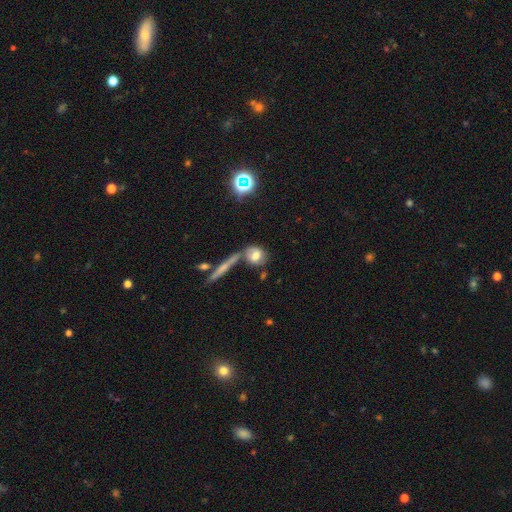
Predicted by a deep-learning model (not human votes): Smooth or featured? smooth (63%)
How rounded? round (56%)
Merging? none (54%)